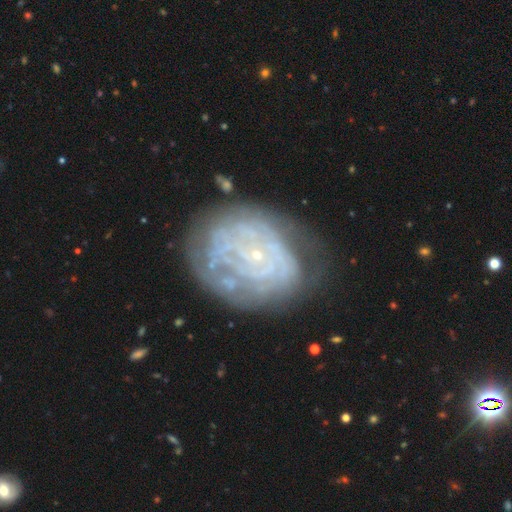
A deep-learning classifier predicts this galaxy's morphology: Smooth or featured? featured or disk (77%)
Edge-on disk? no (97%)
Bar? no (77%)
Spiral arms? yes (78%)
Spiral winding? tight (76%)
Spiral arm count? can't tell (55%)
Bulge size? small (87%)
Merging? none (61%)